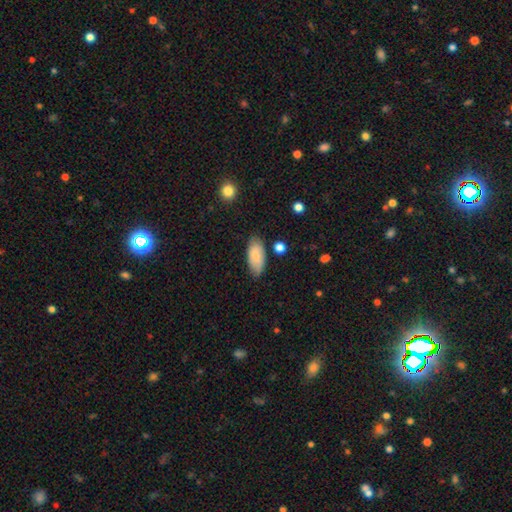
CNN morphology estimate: Smooth or featured? smooth (84%)
How rounded? in between (88%)
Merging? none (79%)